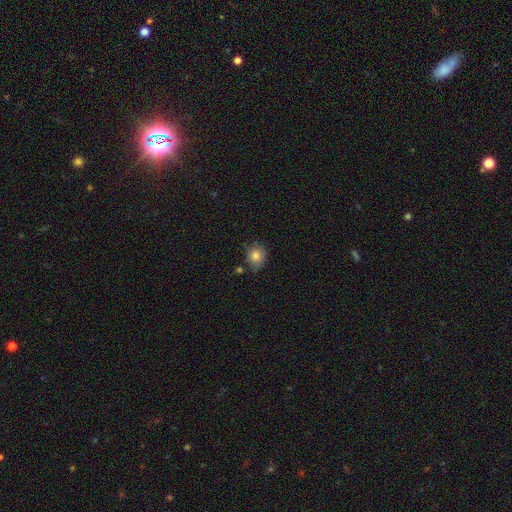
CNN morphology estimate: smooth_or_featured: smooth (p=0.82) [alt: star or artifact p=0.10]
how_rounded: round (p=0.71) [alt: in between p=0.28]
merging: none (p=0.67) [alt: minor disturbance p=0.22]